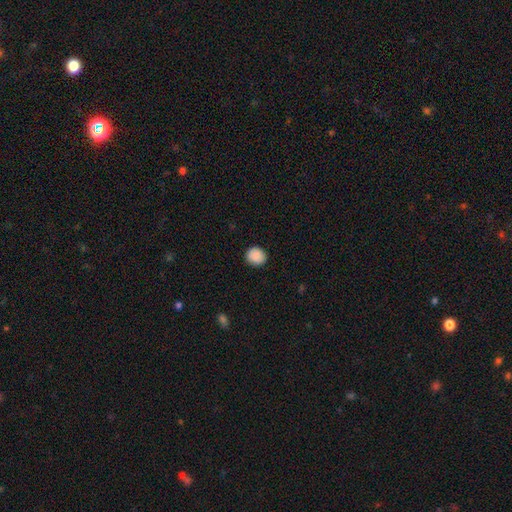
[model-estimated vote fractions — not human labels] Smooth or featured: smooth — 88% (star or artifact — 8%)
How rounded: round — 85% (in between — 14%)
Merging: none — 89% (minor disturbance — 8%)